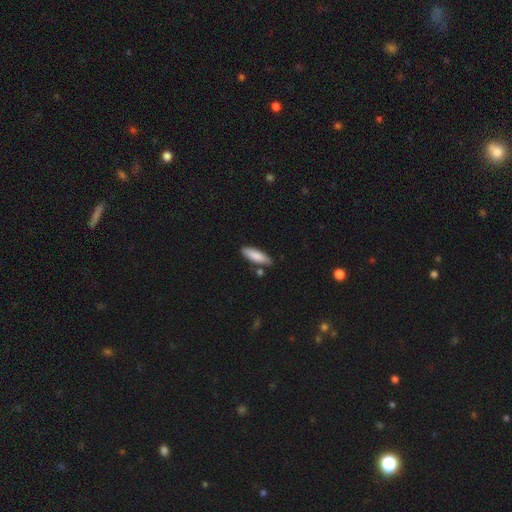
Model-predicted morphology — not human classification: smooth 85%, featured or disk 10%, star or artifact 6%. Down the decision tree: how rounded — cigar-shaped (52%); merging — none (79%).